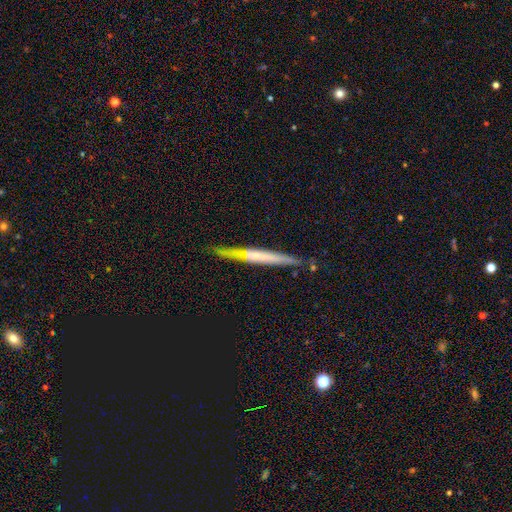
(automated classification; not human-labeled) Q: Smooth or featured?
A: featured or disk (56%); runner-up: smooth (37%)
Q: Edge-on disk?
A: yes (96%); runner-up: no (4%)
Q: Edge-on bulge?
A: none (69%); runner-up: rounded (20%)
Q: Merging?
A: none (83%); runner-up: minor disturbance (12%)